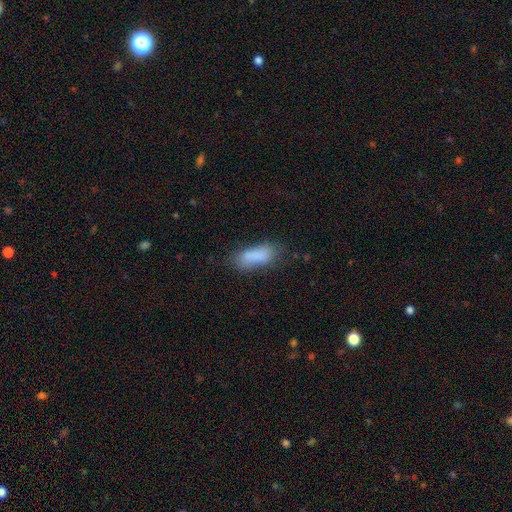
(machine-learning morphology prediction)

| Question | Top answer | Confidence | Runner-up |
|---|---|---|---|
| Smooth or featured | smooth | 82% | featured or disk (9%) |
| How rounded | in between | 75% | cigar-shaped (22%) |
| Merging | none | 62% | minor disturbance (24%) |